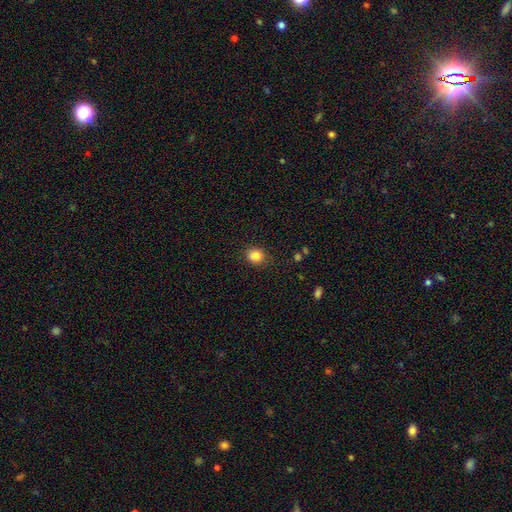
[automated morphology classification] Overall: smooth (85%). How rounded: round (74%). Merging: none (85%).